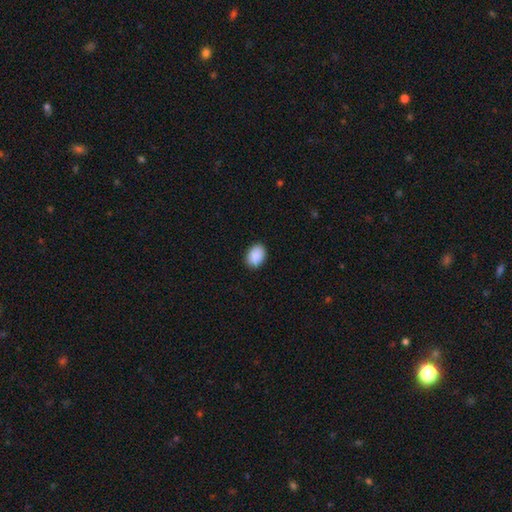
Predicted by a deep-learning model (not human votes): A smooth galaxy with no disk features (91%) that is in between round and cigar-shaped (79%).

Vote fractions:
- Smooth or featured? smooth: 91% / star or artifact: 7% / featured or disk: 2%
- How rounded? in between: 79% / round: 20% / cigar-shaped: 1%
- Merging? none: 89% / minor disturbance: 8% / major disturbance: 2% / merger: 1%